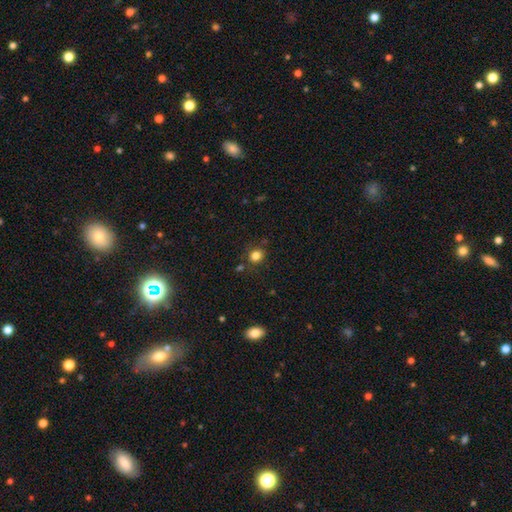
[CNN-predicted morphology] Q: Smooth or featured?
A: smooth (82%); runner-up: star or artifact (13%)
Q: How rounded?
A: round (78%); runner-up: in between (21%)
Q: Merging?
A: none (81%); runner-up: minor disturbance (11%)